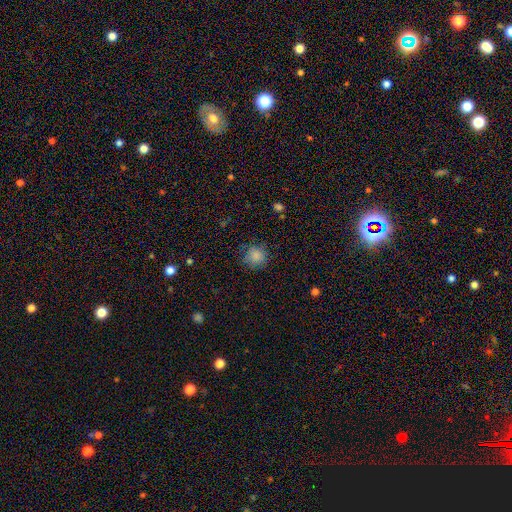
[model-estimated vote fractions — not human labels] Smooth or featured: smooth — 84% (star or artifact — 11%)
How rounded: round — 90% (in between — 9%)
Merging: none — 79% (minor disturbance — 15%)